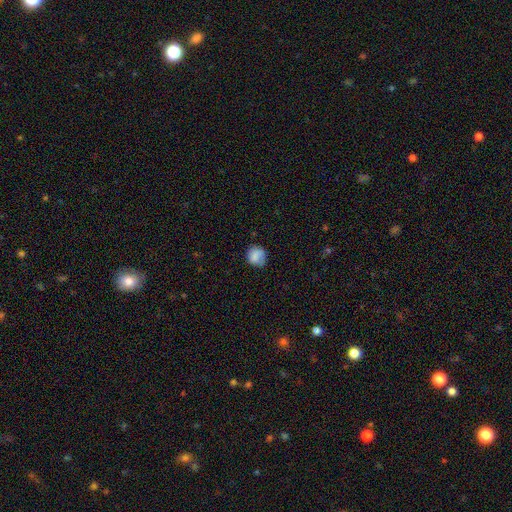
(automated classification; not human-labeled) This appears to be a smooth galaxy with no disk features (77%) that is round (81%). Merging: none (65%).